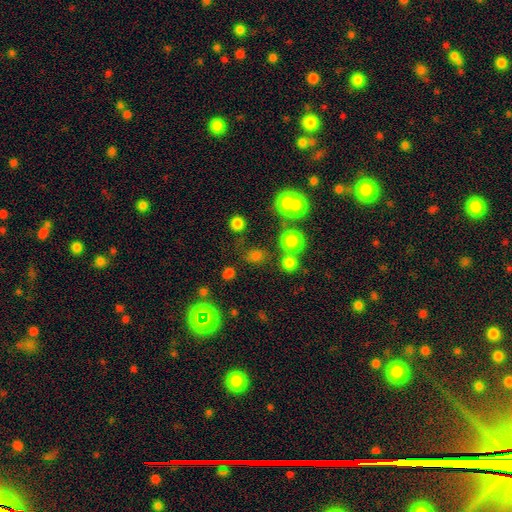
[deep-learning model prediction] The model was most divided on "how rounded": round: 70%, in between: 28%, cigar-shaped: 1%. More confident: smooth or featured — smooth (72%); merging — none (71%).